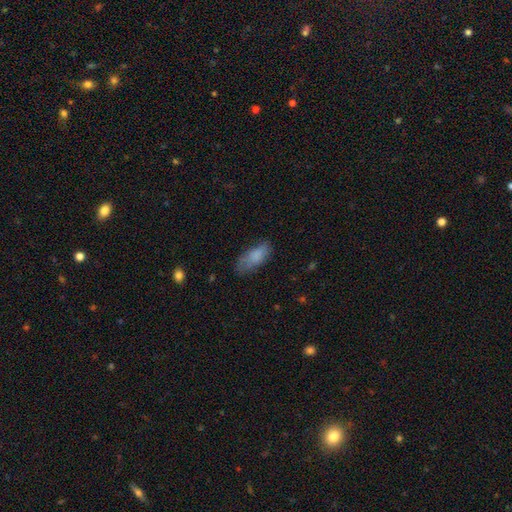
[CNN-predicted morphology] smooth 80%, featured or disk 13%, star or artifact 8%. Down the decision tree: how rounded — in between (81%); merging — none (59%).